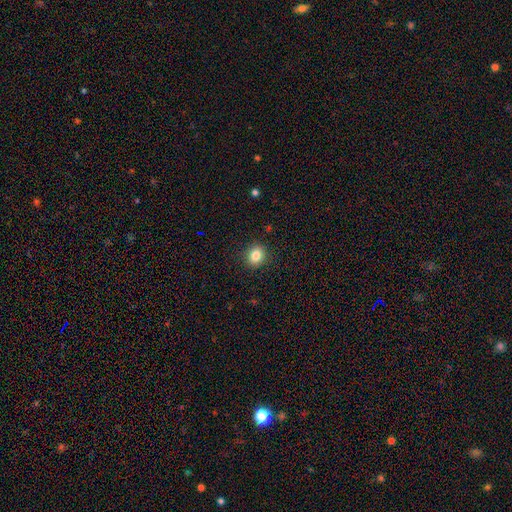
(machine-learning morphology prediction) Overall: smooth (83%). How rounded: round (65%; in between 34%). Merging: none (90%).